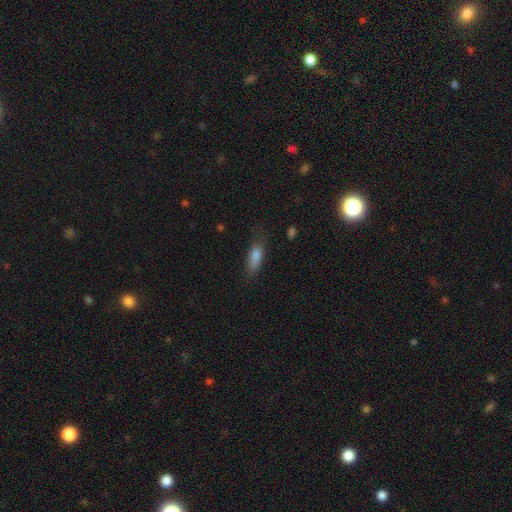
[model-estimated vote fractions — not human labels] Smooth or featured? Predicted: smooth (p=0.76). How rounded? Predicted: in between (p=0.57). Merging? Predicted: none (p=0.65).